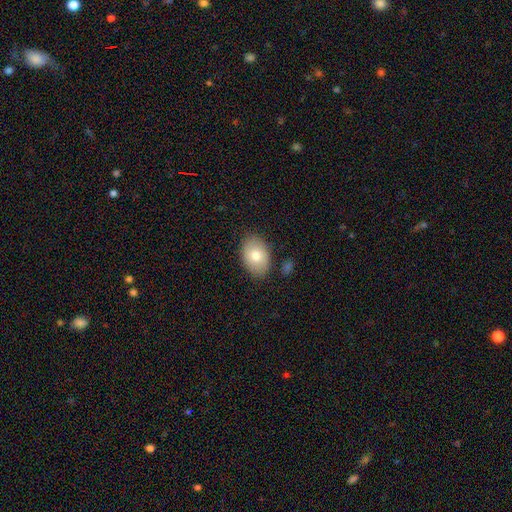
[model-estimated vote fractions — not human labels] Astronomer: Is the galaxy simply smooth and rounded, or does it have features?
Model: smooth — 77%.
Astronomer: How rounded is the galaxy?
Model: in between — 87%.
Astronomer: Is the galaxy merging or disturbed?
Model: none — 82%.